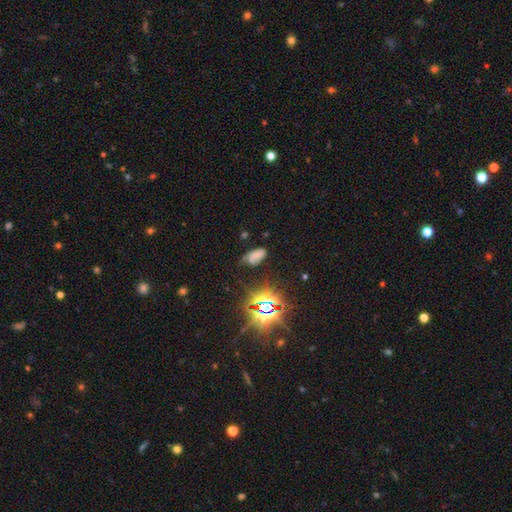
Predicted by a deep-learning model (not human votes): A smooth galaxy with no disk features (51%) that is in between round and cigar-shaped (89%).

Vote fractions:
- Smooth or featured? smooth: 51% / star or artifact: 28% / featured or disk: 21%
- How rounded? in between: 89% / cigar-shaped: 6% / round: 5%
- Merging? none: 46% / minor disturbance: 31% / major disturbance: 18% / merger: 4%